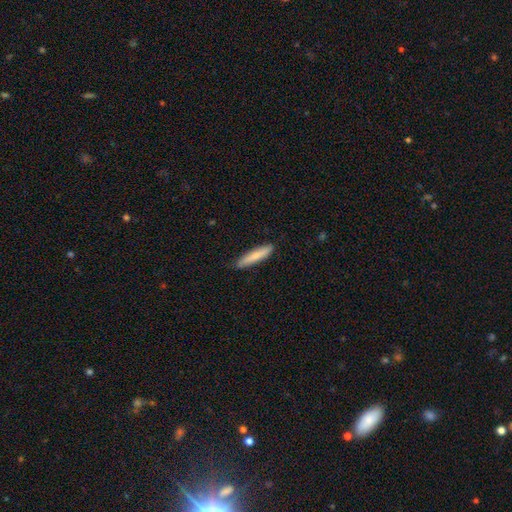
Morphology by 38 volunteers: Smooth or featured: smooth — 68% (featured or disk — 26%)
How rounded: cigar-shaped — 96% (in between — 4%)
Merging: none — 83% (minor disturbance — 14%)